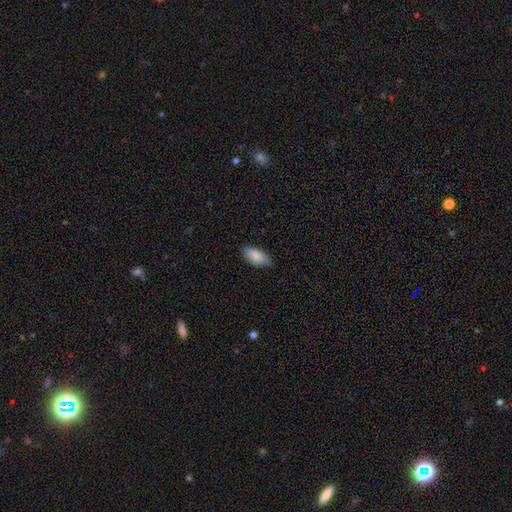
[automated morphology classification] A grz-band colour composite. It shows a smooth galaxy with no disk features (85%) that is in between round and cigar-shaped (90%). Merging: none (70%).